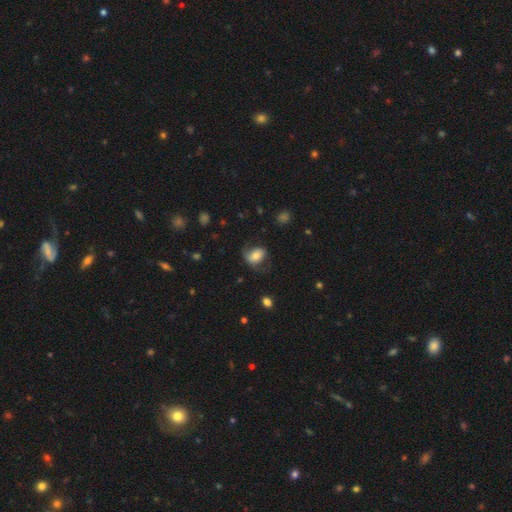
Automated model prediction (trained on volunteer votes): Smooth or featured? smooth (60%)
How rounded? in between (68%)
Merging? none (55%)